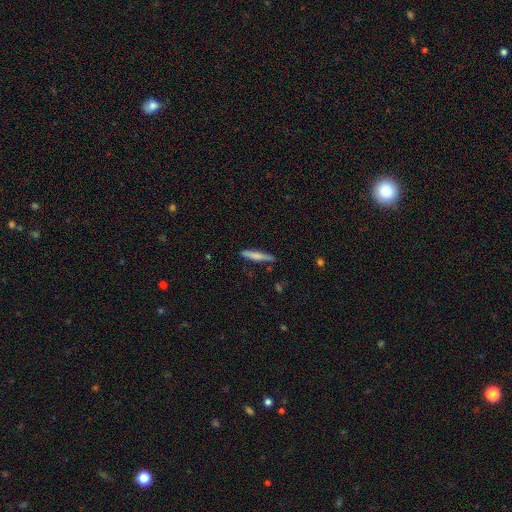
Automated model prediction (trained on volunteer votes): smooth-or-featured: smooth: 63% | featured or disk: 31% | star or artifact: 6%
  how-rounded: cigar-shaped: 93% | in between: 6% | round: 1%
  merging: none: 83% | minor disturbance: 13% | major disturbance: 2% | merger: 2%